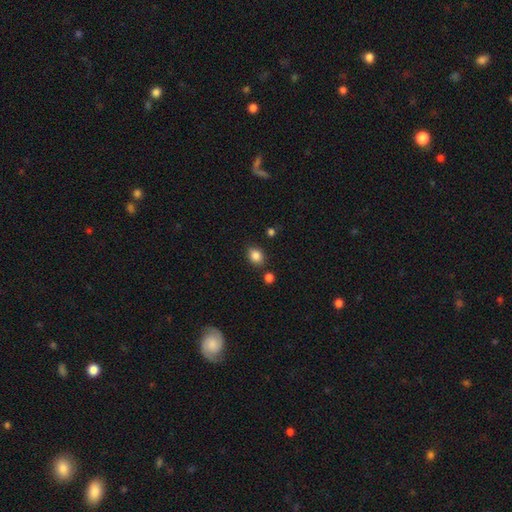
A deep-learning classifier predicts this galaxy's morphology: A smooth galaxy with no disk features (85%) that is in between round and cigar-shaped (54%).

Vote fractions:
- Smooth or featured? smooth: 85% / star or artifact: 10% / featured or disk: 5%
- How rounded? in between: 54% / round: 45% / cigar-shaped: 1%
- Merging? none: 80% / minor disturbance: 12% / merger: 5% / major disturbance: 3%